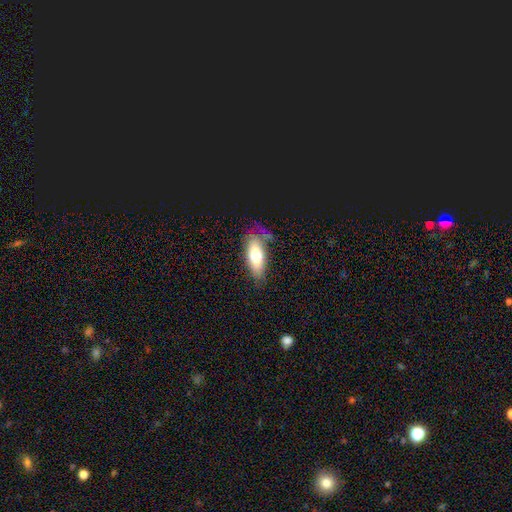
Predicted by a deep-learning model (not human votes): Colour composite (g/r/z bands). It shows a smooth galaxy with no disk features (68%) that is in between round and cigar-shaped (76%). Merging: none (64%).